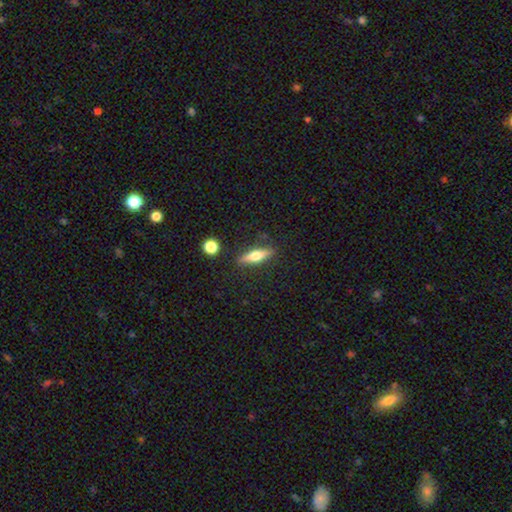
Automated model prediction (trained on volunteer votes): Smooth or featured? smooth (51%)
How rounded? cigar-shaped (66%)
Merging? none (85%)